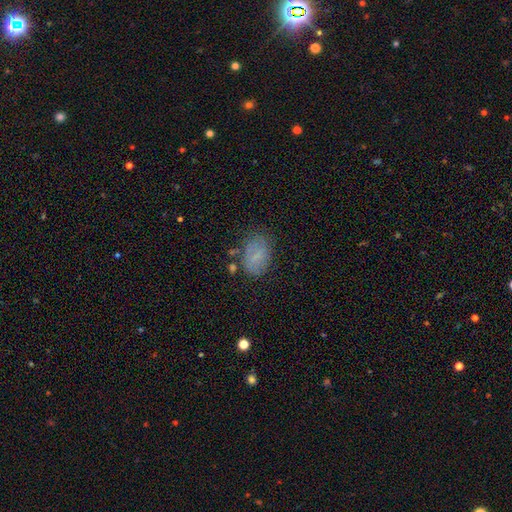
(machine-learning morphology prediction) smooth-or-featured: smooth: 63% | featured or disk: 25% | star or artifact: 12%
  how-rounded: in between: 86% | round: 13% | cigar-shaped: 2%
  merging: none: 65% | minor disturbance: 22% | major disturbance: 9% | merger: 4%